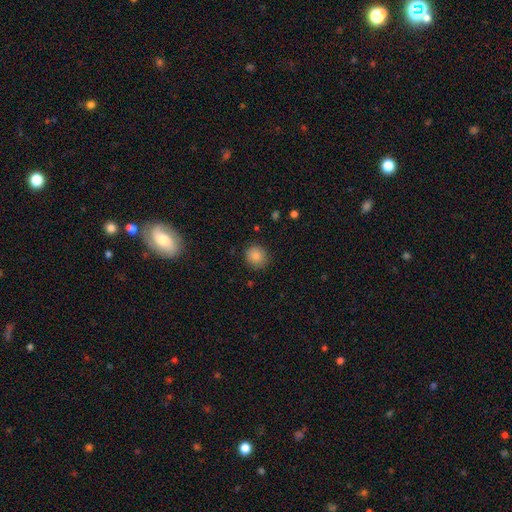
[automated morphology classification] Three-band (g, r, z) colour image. It shows a smooth galaxy with no disk features (84%) that is round (89%). Merging: none (87%).